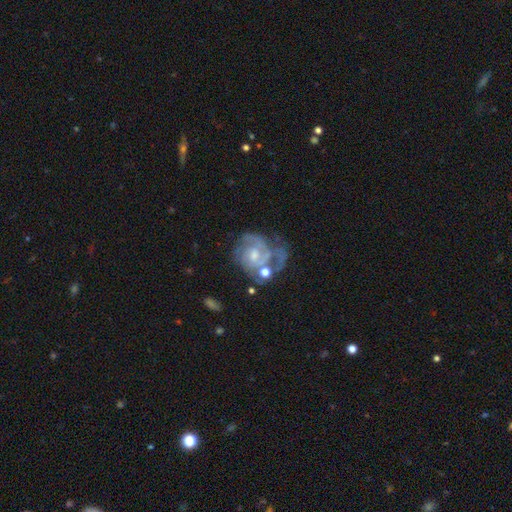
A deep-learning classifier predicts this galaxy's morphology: featured or disk 74%, smooth 18%, star or artifact 8%. Down the decision tree: edge-on disk — no (98%); bar — no (62%); spiral arms — yes (76%); spiral arm count — can't tell (35%); spiral winding — tight (45%); bulge size — moderate (43%); merging — none (32%).